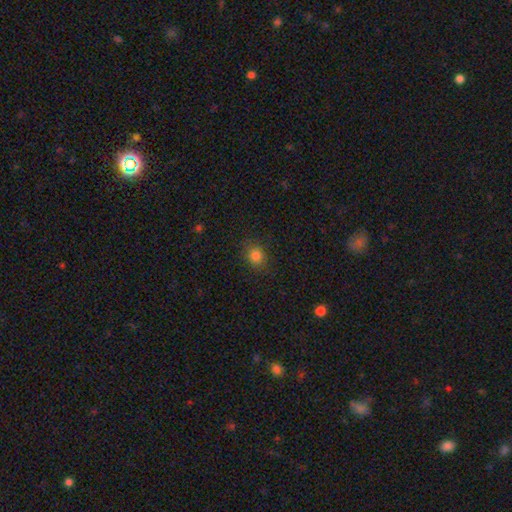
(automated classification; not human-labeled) Smooth or featured? Predicted: smooth (p=0.81). How rounded? Predicted: round (p=0.73). Merging? Predicted: none (p=0.86).